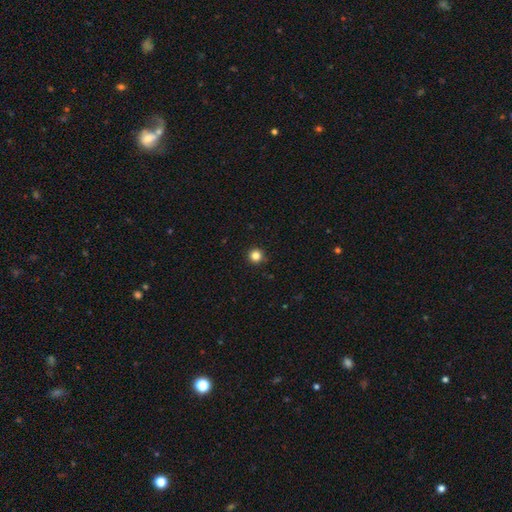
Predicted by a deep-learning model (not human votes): Q: Smooth or featured?
A: smooth (83%); runner-up: star or artifact (13%)
Q: How rounded?
A: round (96%); runner-up: in between (3%)
Q: Merging?
A: none (92%); runner-up: minor disturbance (6%)